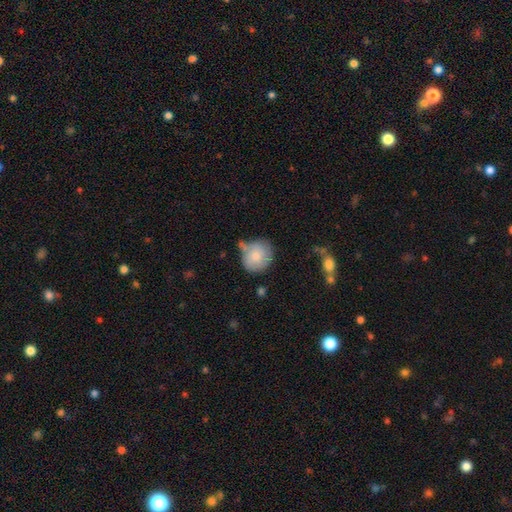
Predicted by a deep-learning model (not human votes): Overall: smooth (78%). How rounded: round (80%). Merging: none (53%; minor disturbance 27%).